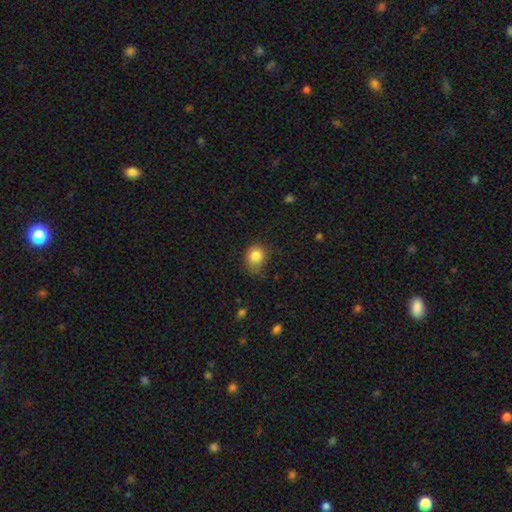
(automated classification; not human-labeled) Smooth or featured: smooth — 82% (star or artifact — 11%)
How rounded: round — 66% (in between — 34%)
Merging: none — 60% (minor disturbance — 30%)